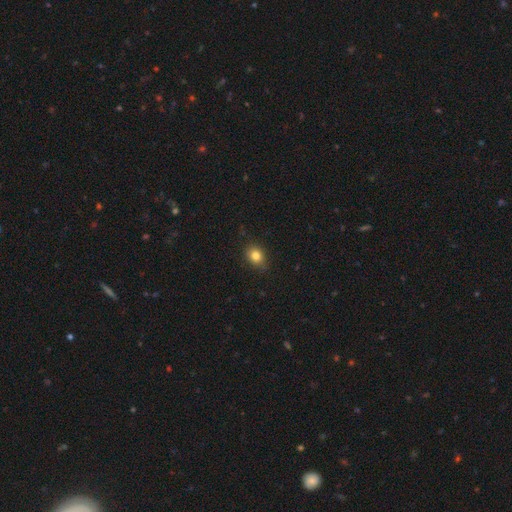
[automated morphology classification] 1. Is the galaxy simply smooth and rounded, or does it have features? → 83% smooth, 11% star or artifact, 6% featured or disk.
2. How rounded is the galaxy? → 55% round, 44% in between, 1% cigar-shaped.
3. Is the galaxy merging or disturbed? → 84% none, 12% minor disturbance, 2% major disturbance, 1% merger.